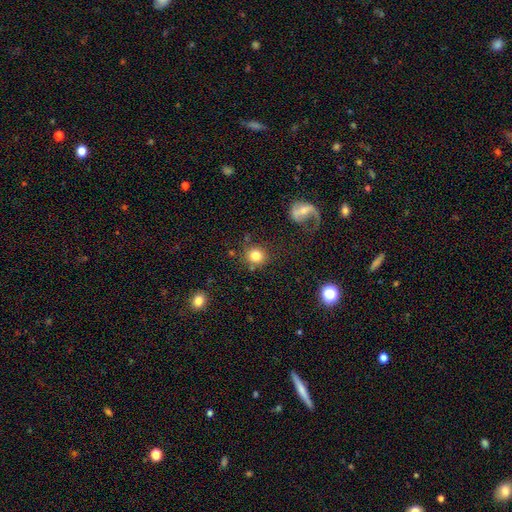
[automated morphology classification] This appears to be a smooth galaxy with no disk features (81%) that is round (87%). Merging: none (80%).